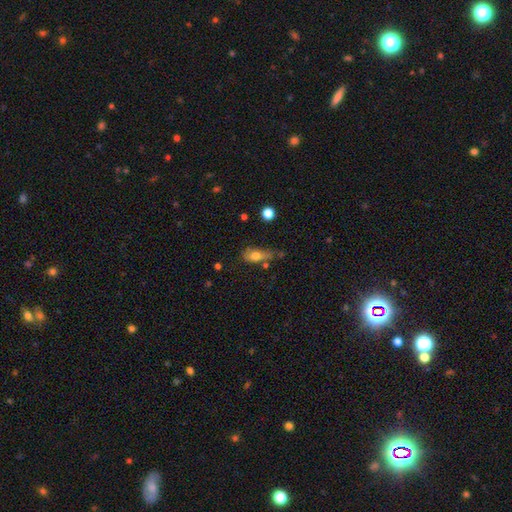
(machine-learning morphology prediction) A smooth galaxy with no disk features (71%) that is in between round and cigar-shaped (72%). Merging: none (39%).